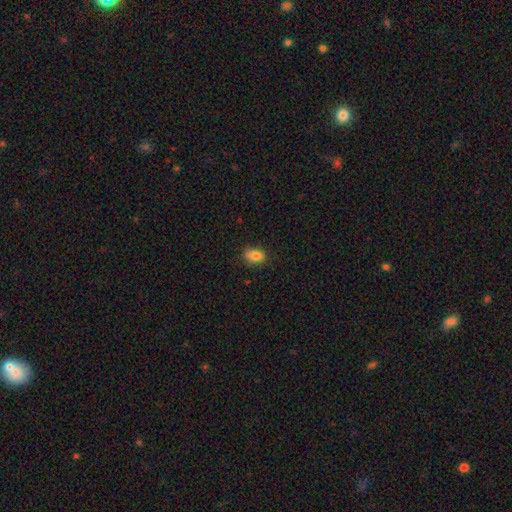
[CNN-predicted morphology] Smooth or featured? Predicted: smooth (p=0.83). How rounded? Predicted: in between (p=0.74). Merging? Predicted: none (p=0.69).